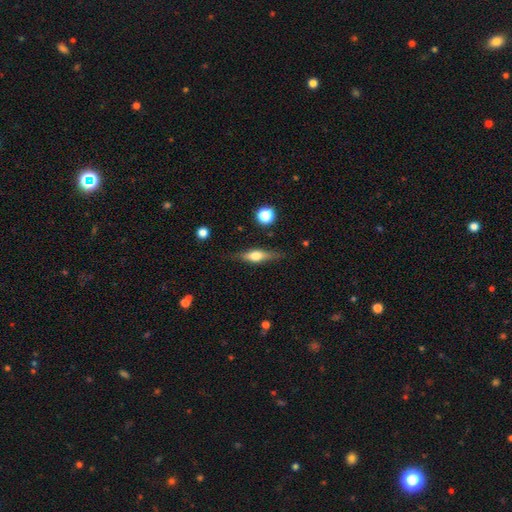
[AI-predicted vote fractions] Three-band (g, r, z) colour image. It shows a smooth galaxy with no disk features (47%). Merging: none (80%).